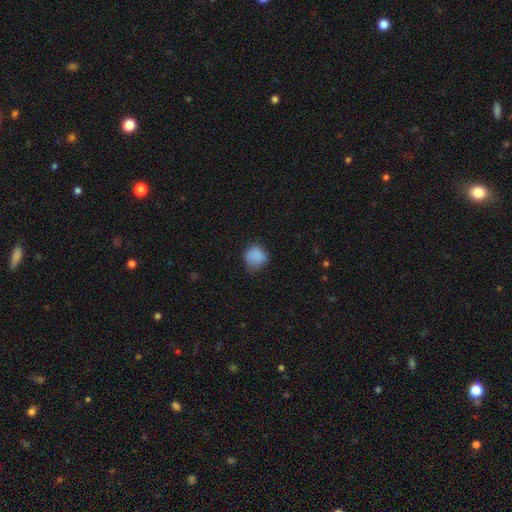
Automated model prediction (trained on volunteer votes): Q: Smooth or featured?
A: smooth (85%); runner-up: star or artifact (10%)
Q: How rounded?
A: round (76%); runner-up: in between (23%)
Q: Merging?
A: none (62%); runner-up: minor disturbance (29%)